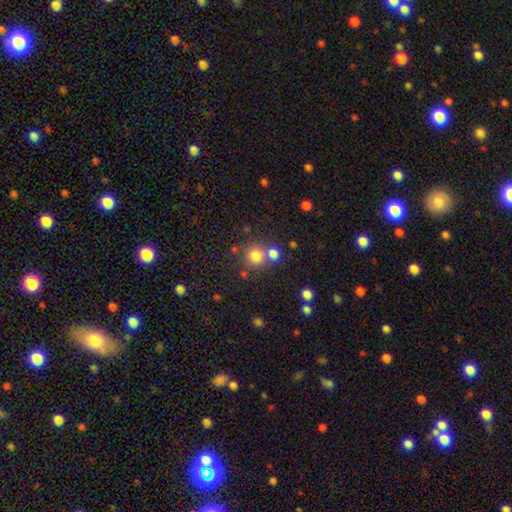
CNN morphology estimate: smooth 78%, star or artifact 14%, featured or disk 8%. Down the decision tree: how rounded — round (90%); merging — none (61%).